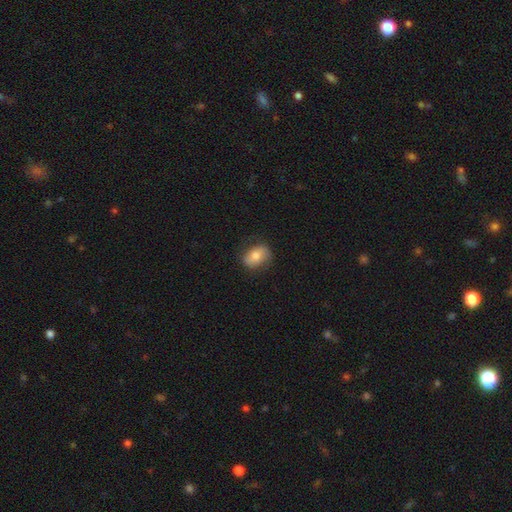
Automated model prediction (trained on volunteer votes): A smooth galaxy with no disk features (69%) that is in between round and cigar-shaped (72%). Merging: none (74%).